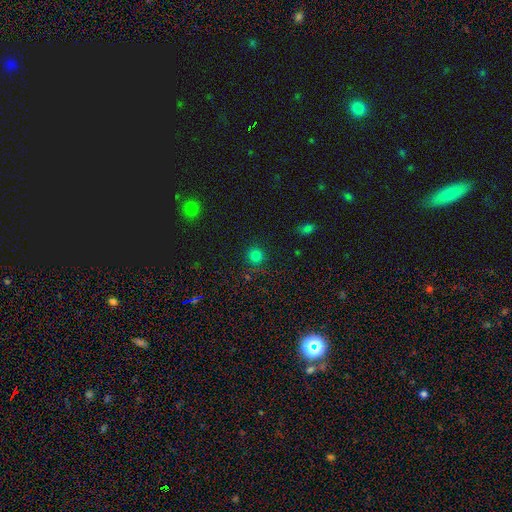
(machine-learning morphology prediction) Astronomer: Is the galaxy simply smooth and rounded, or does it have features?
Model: smooth — 78%.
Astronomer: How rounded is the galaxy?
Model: round — 93%.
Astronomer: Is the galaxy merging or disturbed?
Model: none — 85%.